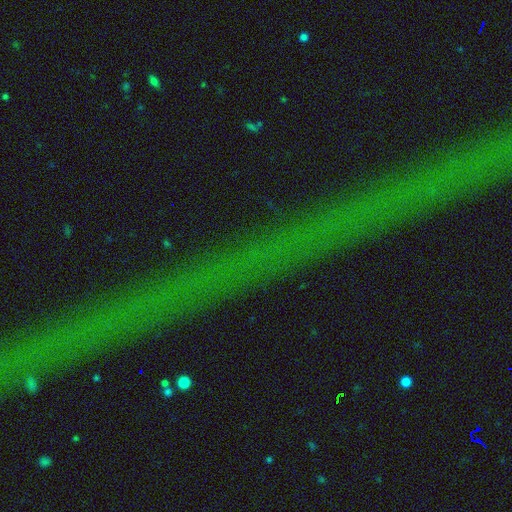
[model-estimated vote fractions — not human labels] smooth-or-featured: star or artifact: 76% | featured or disk: 15% | smooth: 10%